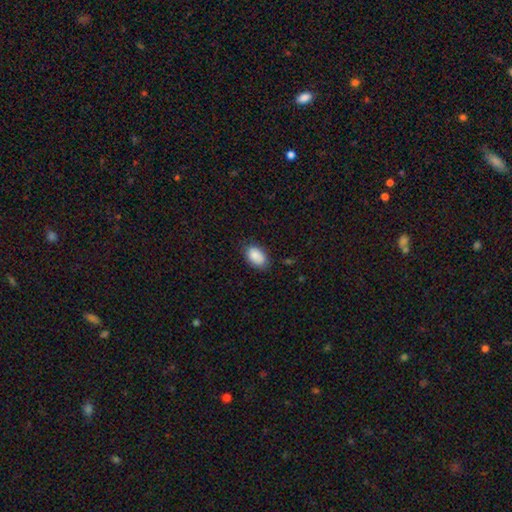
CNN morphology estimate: Smooth or featured? smooth (87%)
How rounded? in between (91%)
Merging? none (78%)